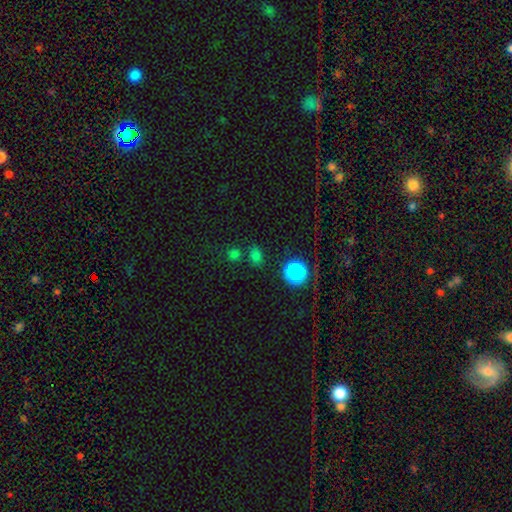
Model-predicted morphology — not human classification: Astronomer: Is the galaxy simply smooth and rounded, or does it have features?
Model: smooth — 73%.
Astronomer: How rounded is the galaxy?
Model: round — 68%.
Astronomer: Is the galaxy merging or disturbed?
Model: none — 75%.